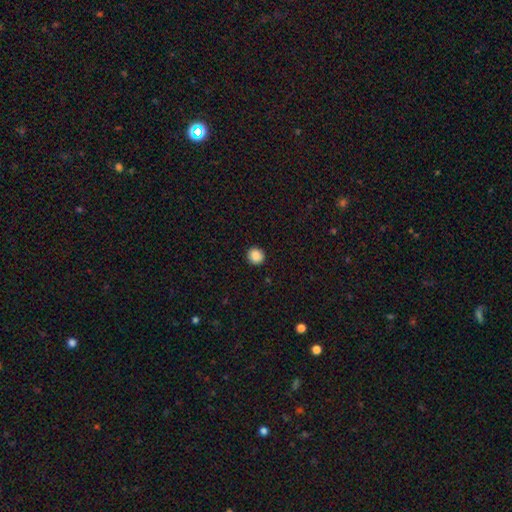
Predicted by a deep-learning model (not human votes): Smooth or featured? smooth (88%)
How rounded? round (92%)
Merging? none (92%)